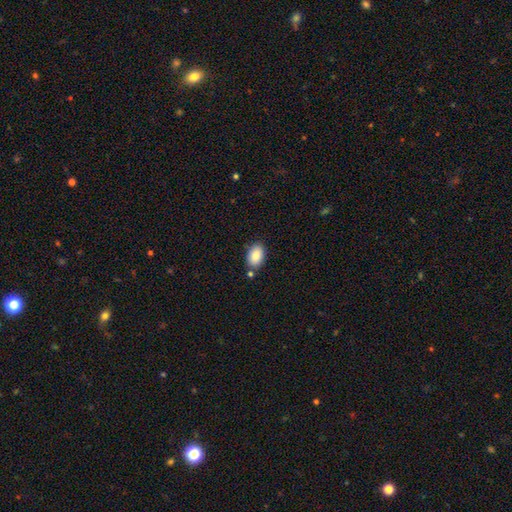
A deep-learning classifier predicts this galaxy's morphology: Smooth or featured? smooth (87%)
How rounded? in between (90%)
Merging? none (78%)